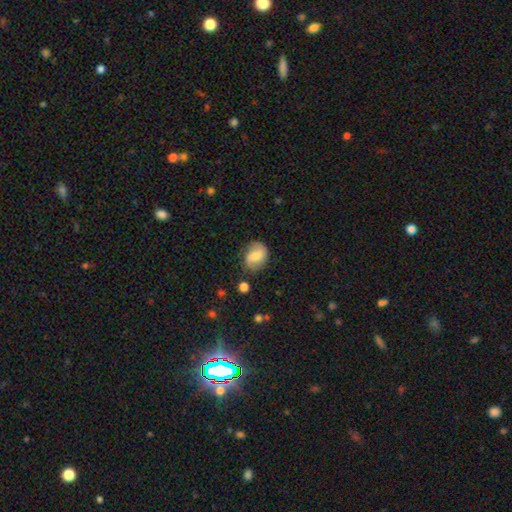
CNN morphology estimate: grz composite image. It shows a smooth galaxy with no disk features (59%) that is in between round and cigar-shaped (56%). Merging: none (71%).